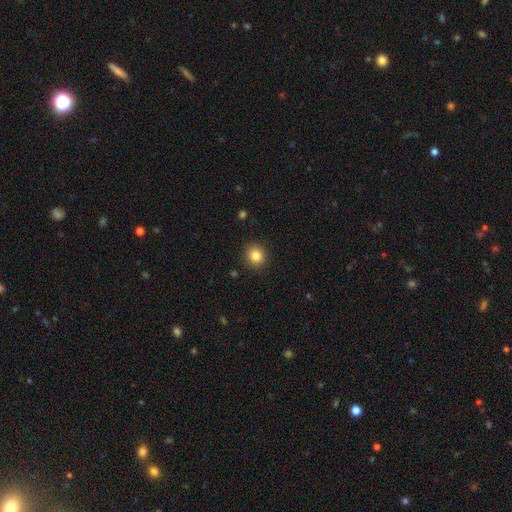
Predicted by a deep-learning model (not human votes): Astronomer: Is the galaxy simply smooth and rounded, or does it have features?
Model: smooth — 84%.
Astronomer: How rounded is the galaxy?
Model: round — 83%.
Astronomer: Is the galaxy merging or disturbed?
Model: none — 90%.